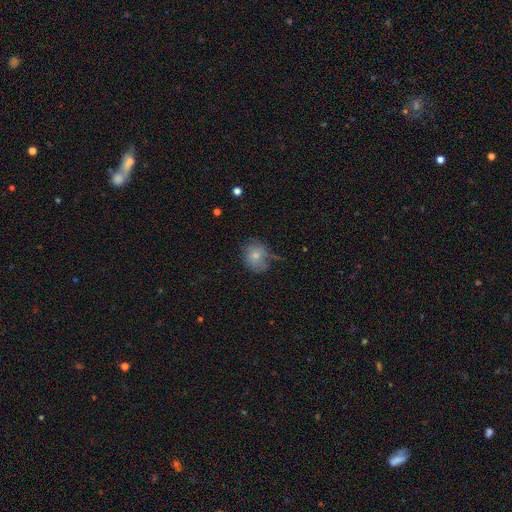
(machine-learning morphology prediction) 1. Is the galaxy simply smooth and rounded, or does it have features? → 70% smooth, 19% featured or disk, 10% star or artifact.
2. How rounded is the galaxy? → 68% round, 31% in between, 1% cigar-shaped.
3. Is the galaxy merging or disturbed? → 50% none, 29% minor disturbance, 17% major disturbance, 4% merger.